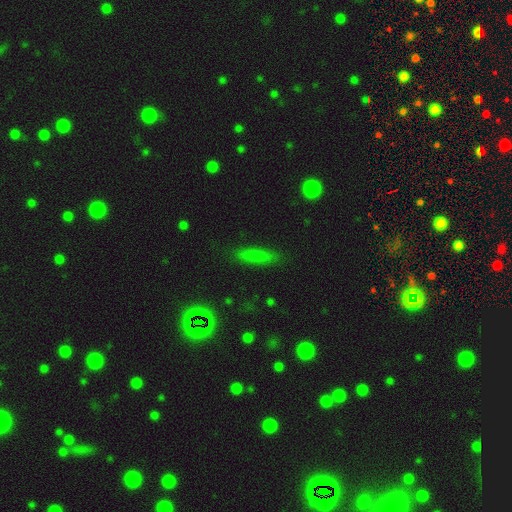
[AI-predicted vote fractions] The model was most divided on "how rounded": cigar-shaped: 68%, in between: 29%, round: 3%. More confident: merging — none (84%); smooth or featured — smooth (72%).